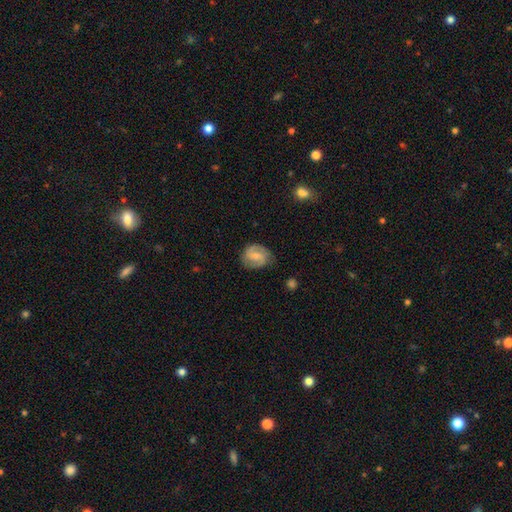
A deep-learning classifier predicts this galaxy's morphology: featured or disk 55%, smooth 38%, star or artifact 7%. Down the decision tree: edge-on disk — no (97%); bar — weak (52%); spiral arms — yes (89%); bulge size — small (50%); merging — none (72%).